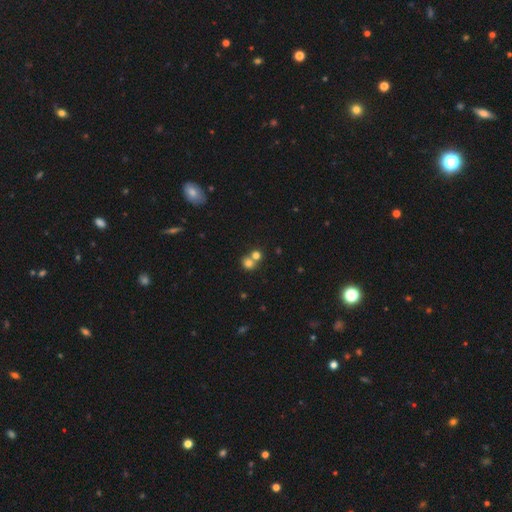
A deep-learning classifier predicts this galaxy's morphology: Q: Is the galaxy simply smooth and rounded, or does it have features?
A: smooth — 74%.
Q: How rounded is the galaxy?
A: round — 83%.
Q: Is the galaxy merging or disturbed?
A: merger — 50%.